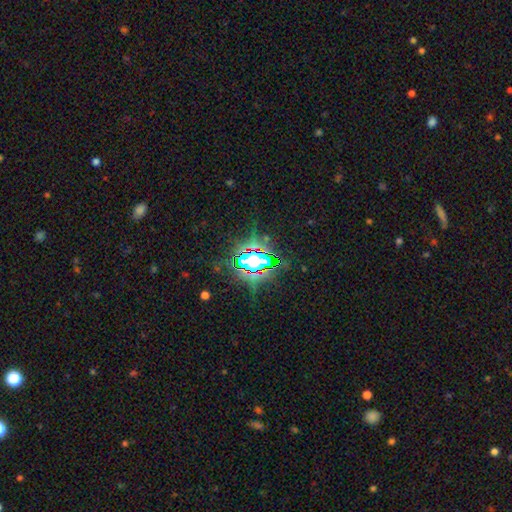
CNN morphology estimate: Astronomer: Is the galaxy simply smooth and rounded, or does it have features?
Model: star or artifact — 82%.